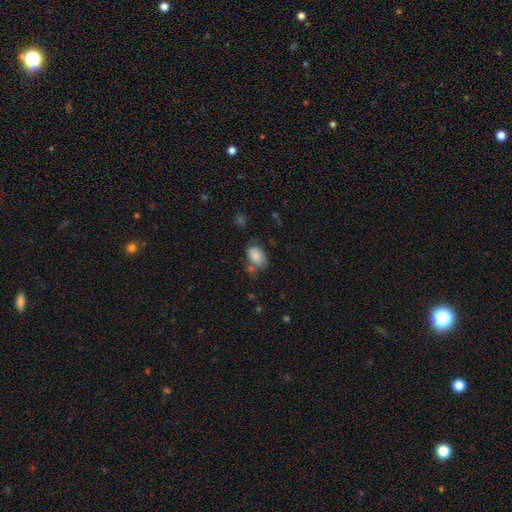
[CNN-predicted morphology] This is clearly a smooth galaxy (81%). How rounded: clearly in between (86%). Merging: possibly none (51%).